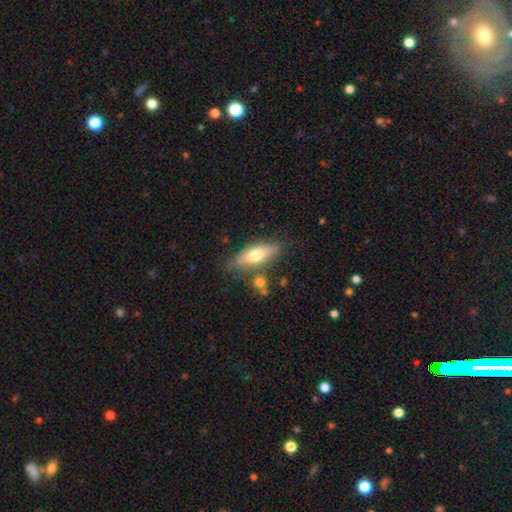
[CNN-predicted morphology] smooth_or_featured: smooth (p=0.62) [alt: featured or disk p=0.32]
how_rounded: in between (p=0.64) [alt: cigar-shaped p=0.33]
merging: none (p=0.68) [alt: minor disturbance p=0.17]